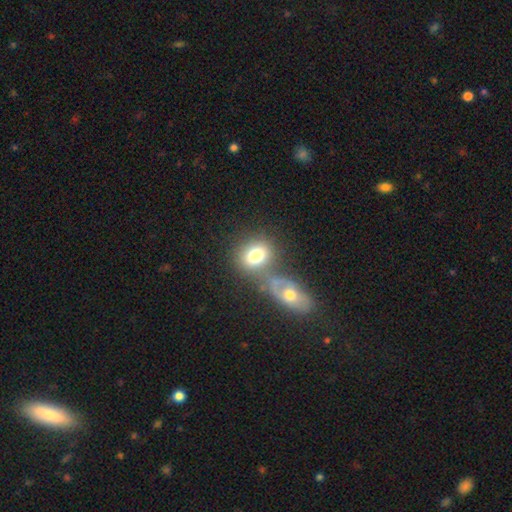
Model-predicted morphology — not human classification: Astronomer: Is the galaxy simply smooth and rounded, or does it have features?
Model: smooth — 74%.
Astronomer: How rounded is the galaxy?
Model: in between — 52% (runner-up: round, 46%).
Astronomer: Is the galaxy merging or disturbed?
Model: none — 43% (runner-up: merger, 41%).